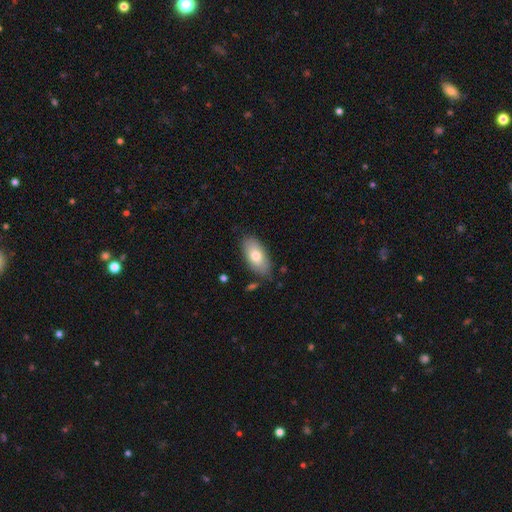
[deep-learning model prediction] This appears to be a smooth galaxy with no disk features (75%) that is in between round and cigar-shaped (92%). Merging: none (81%).